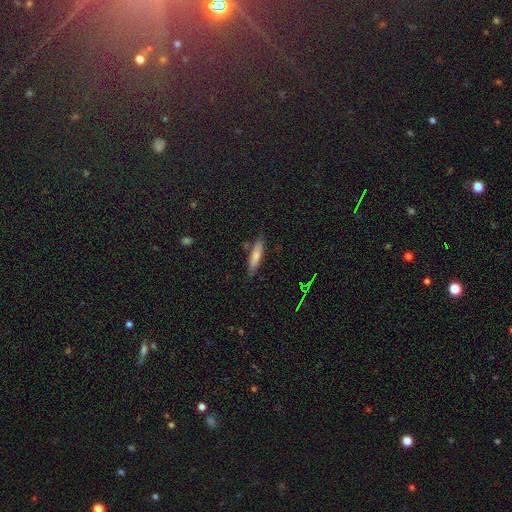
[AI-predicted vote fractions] smooth-or-featured: smooth: 72% | featured or disk: 18% | star or artifact: 10%
  how-rounded: cigar-shaped: 68% | in between: 30% | round: 2%
  merging: none: 79% | minor disturbance: 15% | merger: 4% | major disturbance: 3%